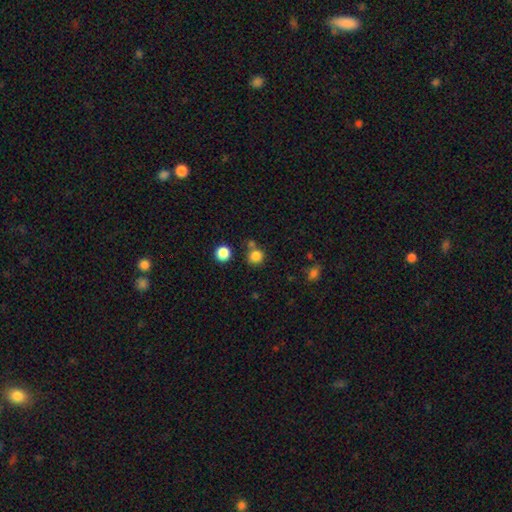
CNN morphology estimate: Overall: smooth (82%). How rounded: round (90%). Merging: none (71%).